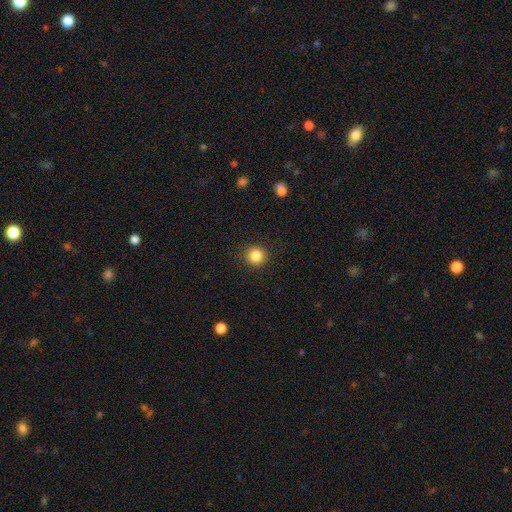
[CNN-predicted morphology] type=smooth (85%); roundness=round (93%); merging=none (91%).